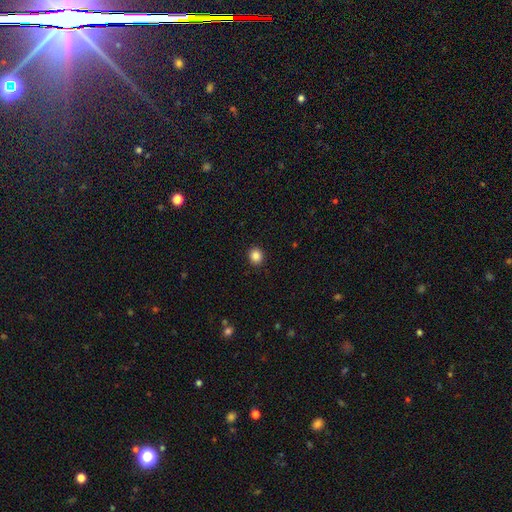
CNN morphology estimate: smooth-or-featured: smooth: 87% | star or artifact: 10% | featured or disk: 3%
  how-rounded: round: 80% | in between: 19% | cigar-shaped: 1%
  merging: none: 92% | minor disturbance: 5% | major disturbance: 2% | merger: 1%